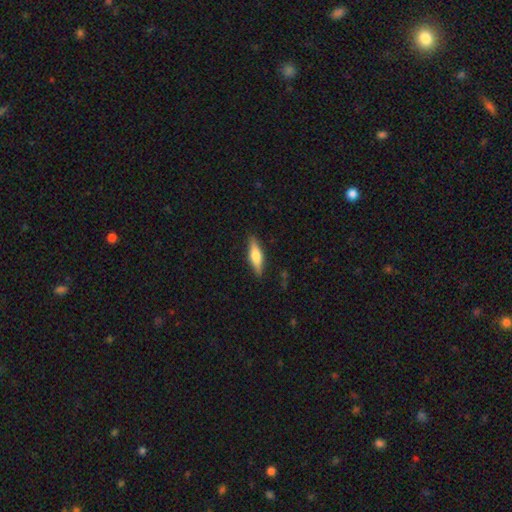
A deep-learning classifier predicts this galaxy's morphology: Smooth or featured? smooth (61%)
How rounded? cigar-shaped (61%)
Merging? none (87%)